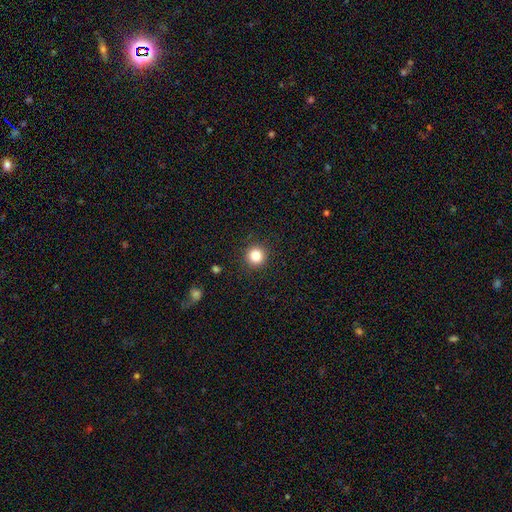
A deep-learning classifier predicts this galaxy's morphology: smooth-or-featured: smooth: 84% | star or artifact: 11% | featured or disk: 5%
  how-rounded: round: 95% | in between: 4% | cigar-shaped: 1%
  merging: none: 91% | minor disturbance: 6% | major disturbance: 2% | merger: 1%